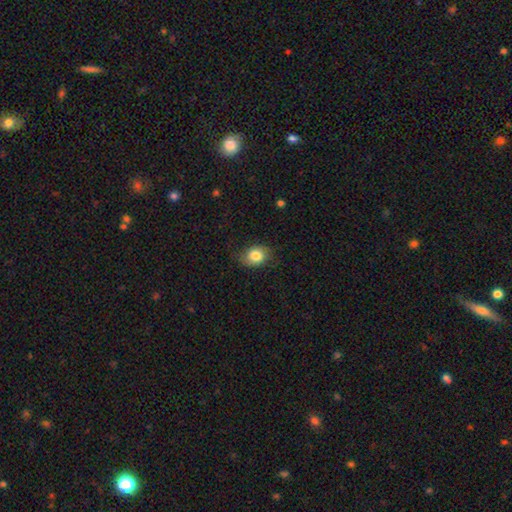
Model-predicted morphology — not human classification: Q: Smooth or featured?
A: smooth (76%); runner-up: featured or disk (16%)
Q: How rounded?
A: in between (57%); runner-up: round (42%)
Q: Merging?
A: none (70%); runner-up: minor disturbance (22%)